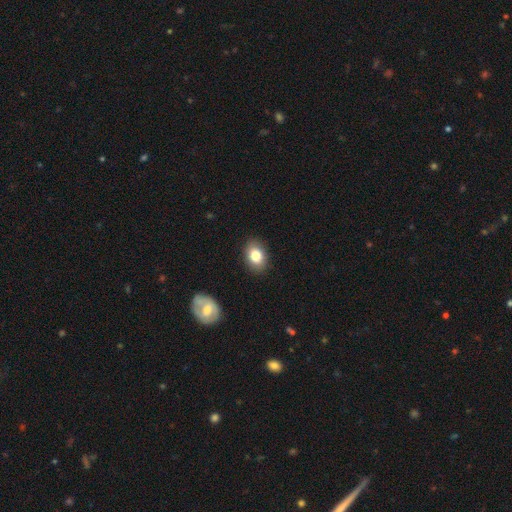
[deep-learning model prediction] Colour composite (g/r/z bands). It shows a smooth galaxy with no disk features (81%) that is in between round and cigar-shaped (75%). Merging: none (88%).